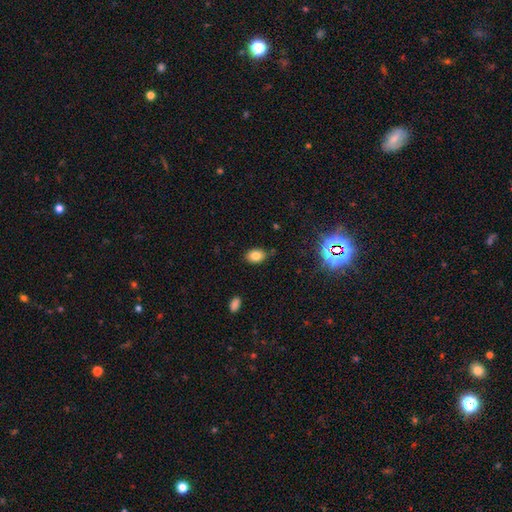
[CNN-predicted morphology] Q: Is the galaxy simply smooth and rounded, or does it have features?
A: smooth — 79%.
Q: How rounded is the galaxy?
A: in between — 81%.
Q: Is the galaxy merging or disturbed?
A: none — 82%.